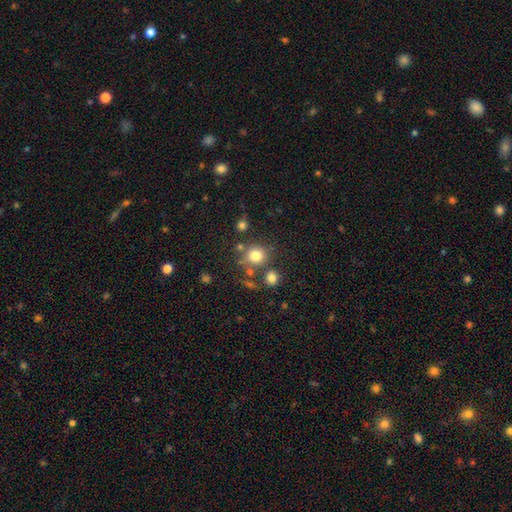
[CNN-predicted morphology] This appears to be a smooth galaxy with no disk features (78%) that is round (85%). Merging: none (70%).